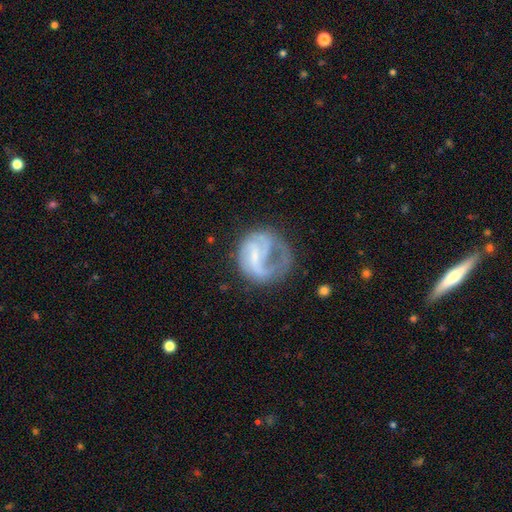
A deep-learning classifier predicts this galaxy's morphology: Smooth or featured: featured or disk — 69% (smooth — 23%)
Edge-on disk: no — 98% (yes — 2%)
Bar: weak — 44% (no — 38%)
Spiral arms: yes — 76% (no — 24%)
Spiral winding: medium — 38% (tied with loose — 38%)
Spiral arm count: 1 — 43% (2 — 28%)
Bulge size: none — 41% (small — 39%)
Merging: major disturbance — 44% (none — 33%)